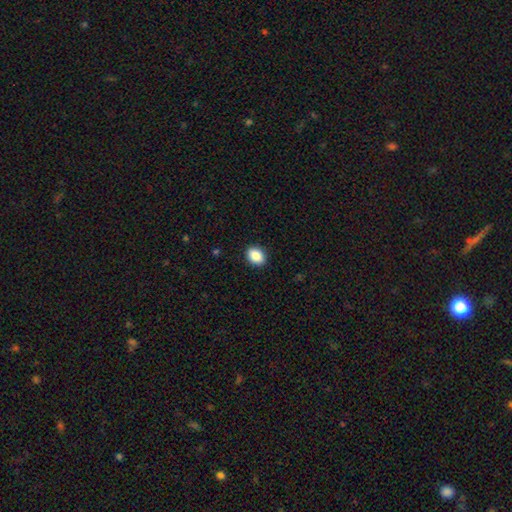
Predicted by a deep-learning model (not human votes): A smooth galaxy with no disk features (89%) that is in between round and cigar-shaped (68%).

Vote fractions:
- Smooth or featured? smooth: 89% / star or artifact: 8% / featured or disk: 4%
- How rounded? in between: 68% / round: 31% / cigar-shaped: 1%
- Merging? none: 91% / minor disturbance: 7% / major disturbance: 2% / merger: 1%